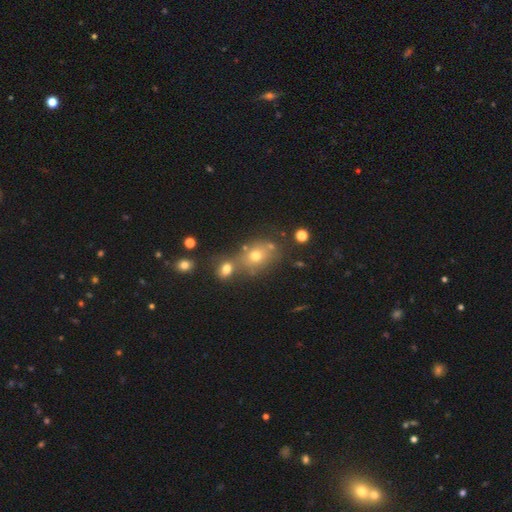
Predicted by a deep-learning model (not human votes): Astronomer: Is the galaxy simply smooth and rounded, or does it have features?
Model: smooth — 67%.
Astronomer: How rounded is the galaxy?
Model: in between — 52% (runner-up: round, 47%).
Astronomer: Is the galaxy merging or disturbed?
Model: none — 52% (runner-up: merger, 31%).